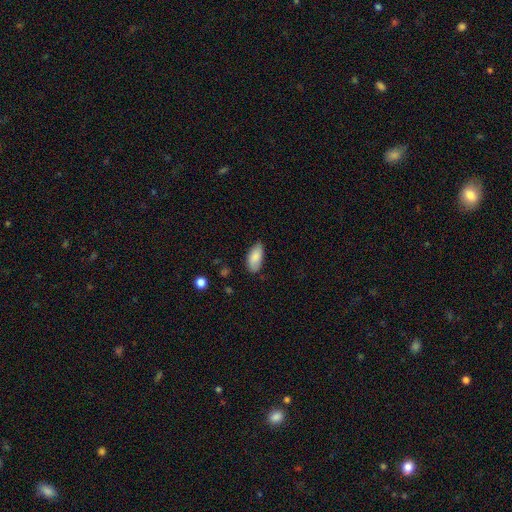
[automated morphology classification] Smooth or featured? smooth (86%)
How rounded? in between (92%)
Merging? none (75%)